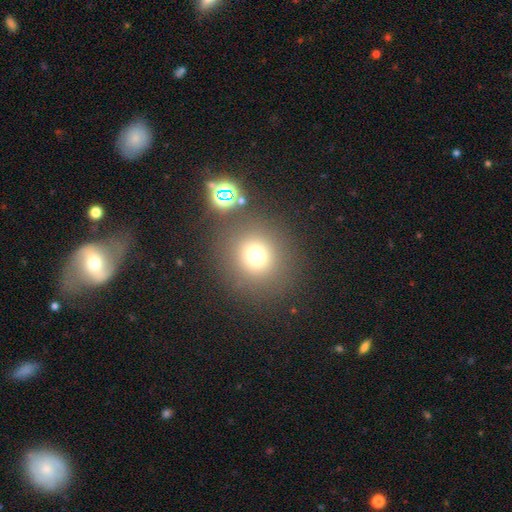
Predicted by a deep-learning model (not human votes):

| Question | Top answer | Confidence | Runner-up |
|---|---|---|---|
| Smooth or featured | smooth | 70% | star or artifact (22%) |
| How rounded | round | 93% | in between (6%) |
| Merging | none | 80% | merger (8%) |